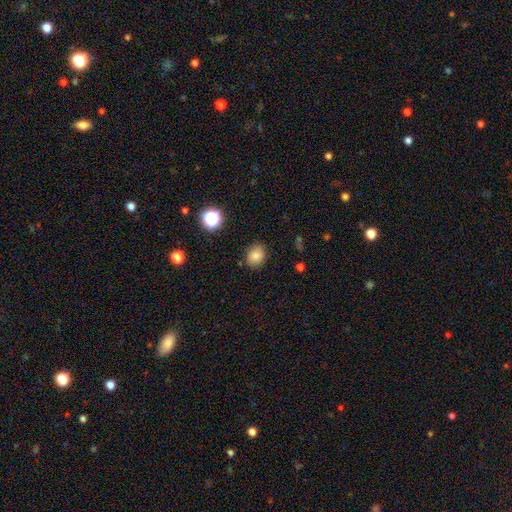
A smooth galaxy with no disk features (79%) that is in between round and cigar-shaped (57%).

Vote fractions:
- Smooth or featured? smooth: 79% / featured or disk: 13% / star or artifact: 8%
- How rounded? in between: 57% / round: 43% / cigar-shaped: 0%
- Merging? none: 80% / minor disturbance: 14% / major disturbance: 3% / merger: 3%